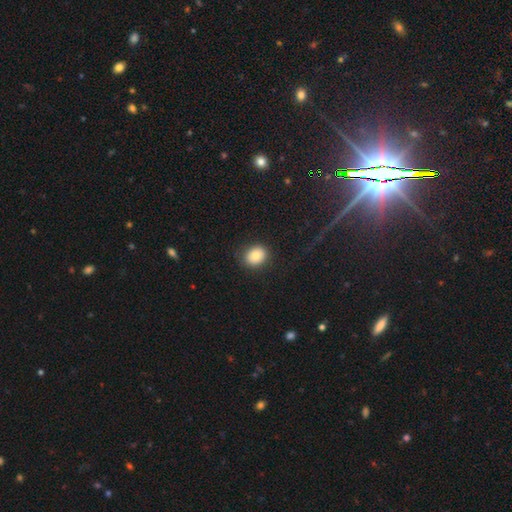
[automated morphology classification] This is clearly a smooth galaxy (82%). How rounded: possibly round (59%). Merging: clearly none (85%).